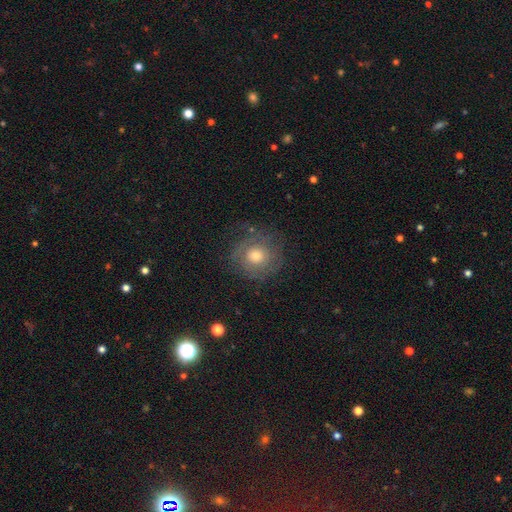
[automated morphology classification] Smooth or featured: featured or disk — 46% (smooth — 42%)
Merging: none — 75% (minor disturbance — 15%)